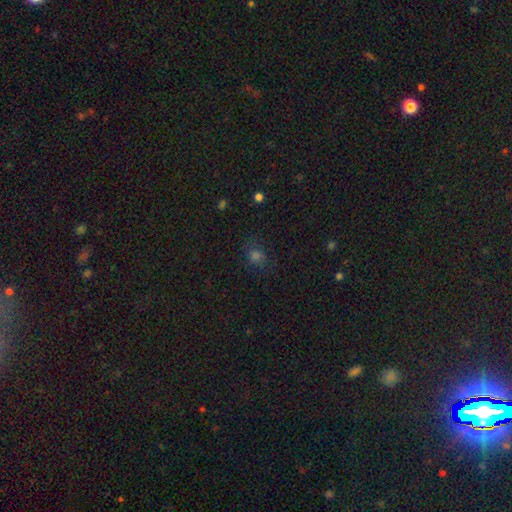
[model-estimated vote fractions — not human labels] Morphology: type=smooth (60%); roundness=round (58%); merging=none (69%).